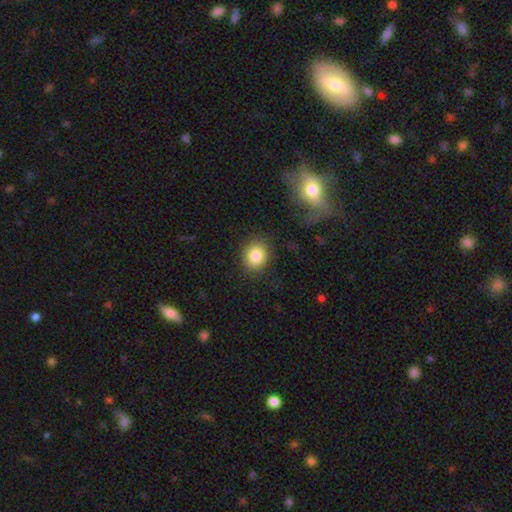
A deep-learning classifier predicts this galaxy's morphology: A smooth galaxy with no disk features (84%) that is round (65%). Merging: none (85%).